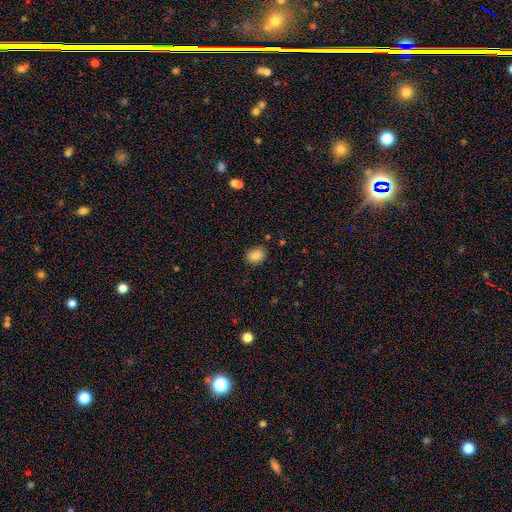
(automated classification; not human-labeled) Smooth or featured? smooth (85%)
How rounded? in between (52%)
Merging? none (85%)